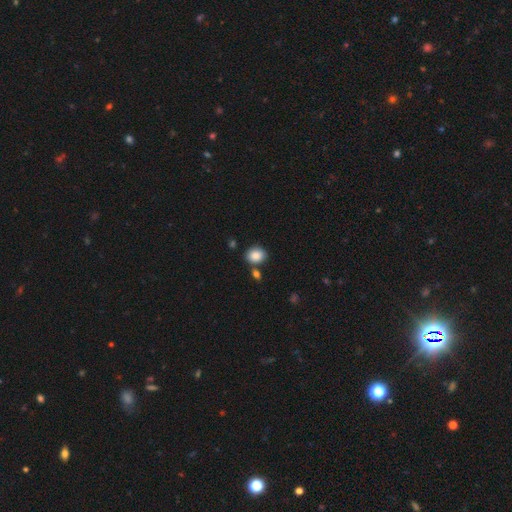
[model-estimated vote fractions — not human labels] Q: Smooth or featured?
A: smooth (86%); runner-up: star or artifact (9%)
Q: How rounded?
A: round (52%); runner-up: in between (47%)
Q: Merging?
A: none (75%); runner-up: minor disturbance (11%)